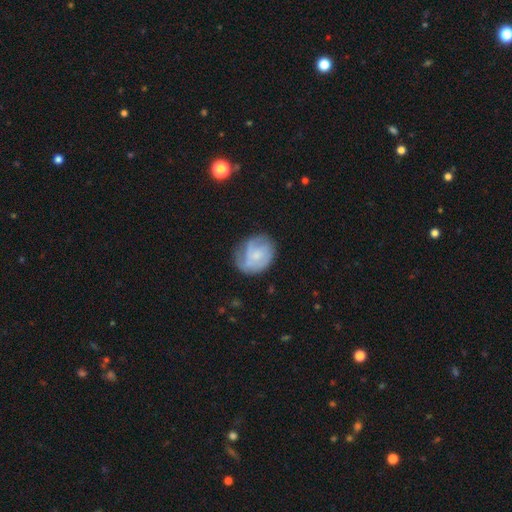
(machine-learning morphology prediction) Smooth or featured? featured or disk (51%)
Edge-on disk? no (98%)
Merging? none (60%)